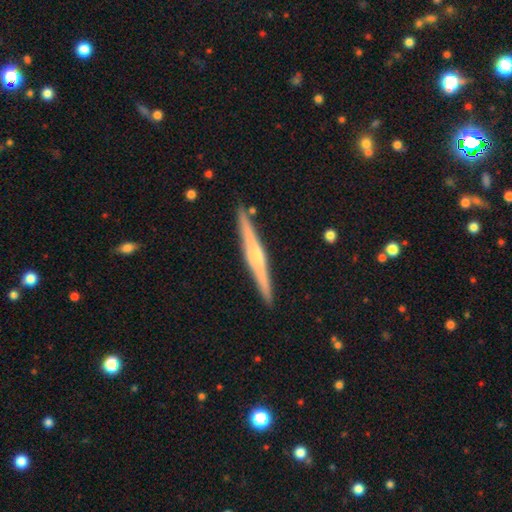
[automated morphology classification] featured or disk 72%, smooth 23%, star or artifact 5%. Down the decision tree: edge-on disk — yes (98%); edge-on bulge — rounded (62%); merging — none (91%).